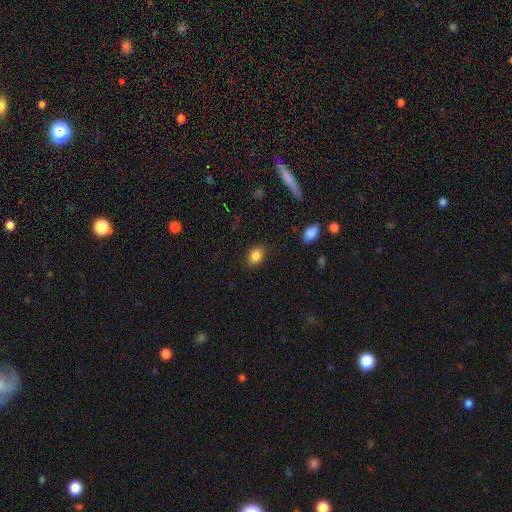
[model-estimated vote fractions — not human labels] Smooth or featured? Predicted: smooth (p=0.86). How rounded? Predicted: in between (p=0.69). Merging? Predicted: none (p=0.85).